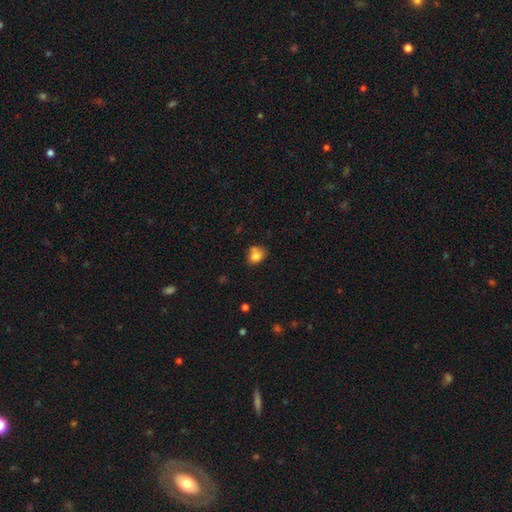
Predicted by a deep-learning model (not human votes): Smooth or featured? Predicted: smooth (p=0.79). How rounded? Predicted: round (p=0.54). Merging? Predicted: none (p=0.53).